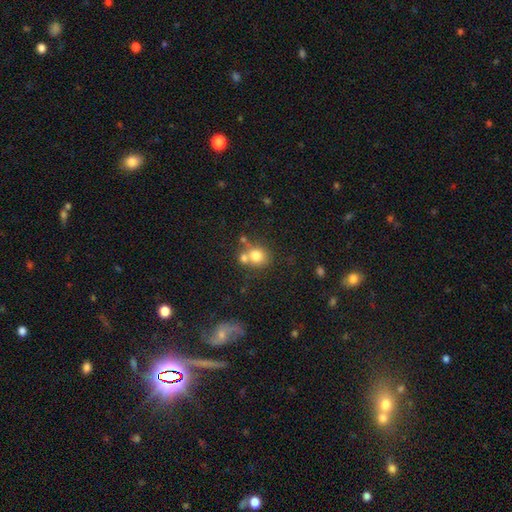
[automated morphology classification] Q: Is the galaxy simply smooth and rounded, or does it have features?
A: smooth — 75%.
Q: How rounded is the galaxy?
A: round — 79%.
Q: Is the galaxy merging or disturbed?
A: none — 48%.